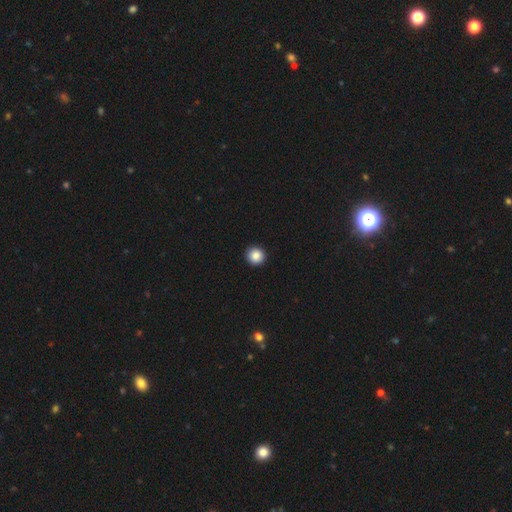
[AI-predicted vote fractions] Smooth or featured? Predicted: smooth (p=0.87). How rounded? Predicted: round (p=0.93). Merging? Predicted: none (p=0.93).